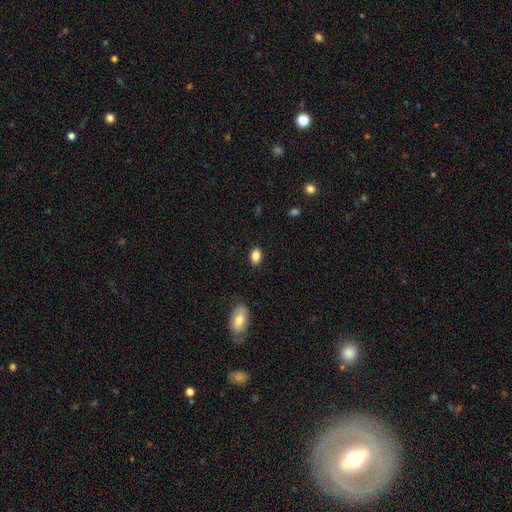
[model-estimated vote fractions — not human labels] Smooth or featured? Predicted: smooth (p=0.86). How rounded? Predicted: in between (p=0.82). Merging? Predicted: none (p=0.86).